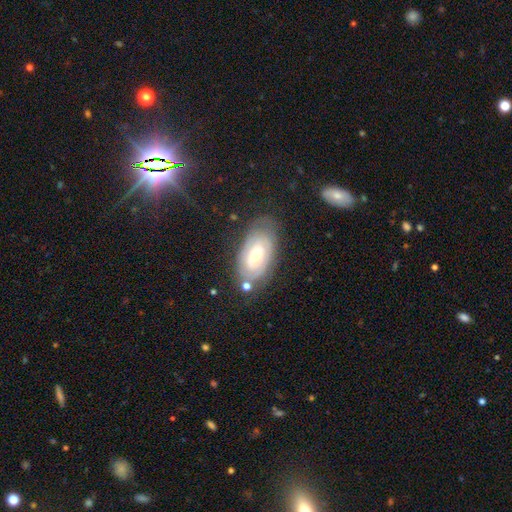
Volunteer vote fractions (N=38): Volunteers were most divided on "bulge size": moderate: 58%, small: 42%, dominant: 0%, large: 0%, none: 0%. More confident: edge-on disk — no (100%); bar — no (83%); spiral arms — yes (75%); spiral winding — tight (72%); smooth or featured — featured or disk (63%); spiral arm count — can't tell (61%); merging — none (58%).